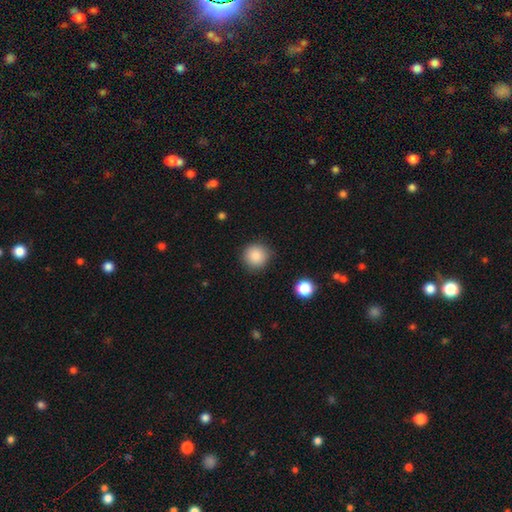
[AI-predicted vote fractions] smooth 87%, star or artifact 9%, featured or disk 4%. Down the decision tree: how rounded — round (94%); merging — none (87%).